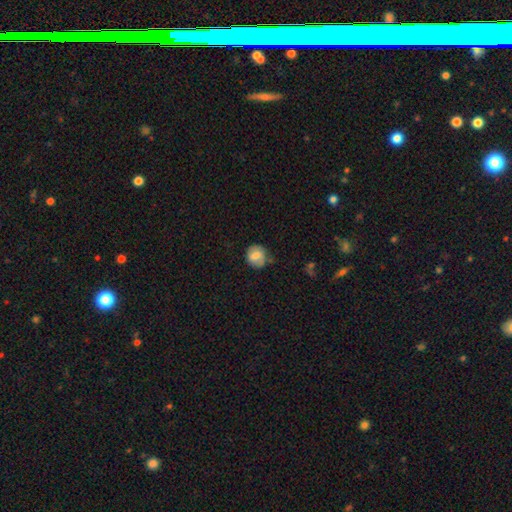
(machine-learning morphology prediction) Overall: smooth (65%; featured or disk 27%). How rounded: round (75%). Merging: none (67%).